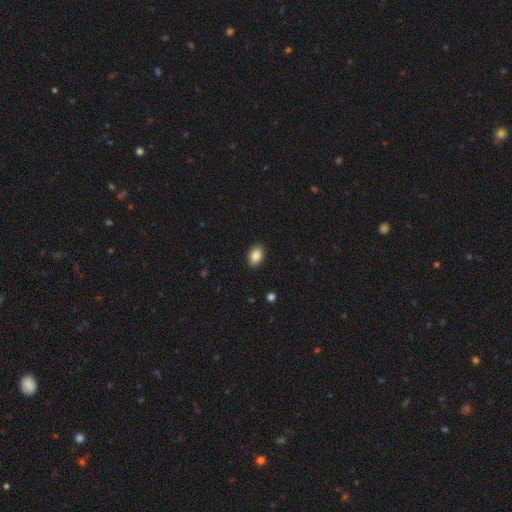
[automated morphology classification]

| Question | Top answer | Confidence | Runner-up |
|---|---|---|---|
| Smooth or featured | smooth | 87% | star or artifact (8%) |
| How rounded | in between | 87% | round (12%) |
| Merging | none | 89% | minor disturbance (8%) |